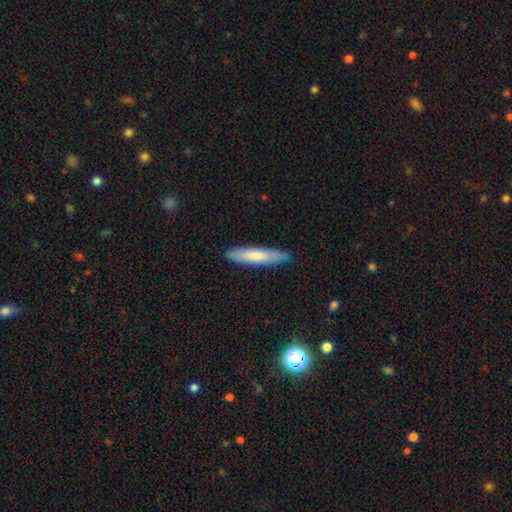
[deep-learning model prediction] Morphology: type=smooth (71%); roundness=cigar-shaped (86%); merging=none (84%).